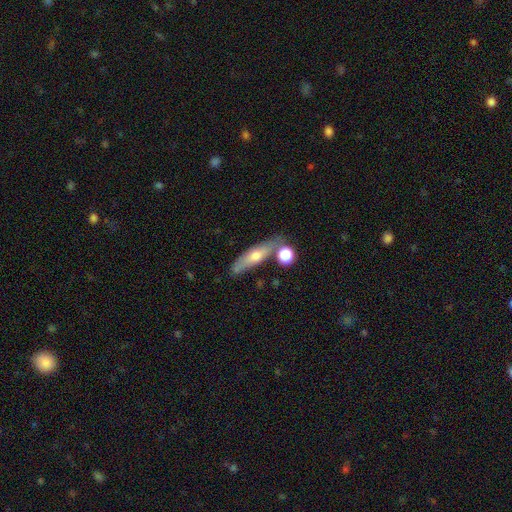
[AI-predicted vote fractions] The model was most divided on "smooth or featured": smooth: 51%, featured or disk: 41%, star or artifact: 8%. More confident: merging — none (67%); how rounded — cigar-shaped (65%).